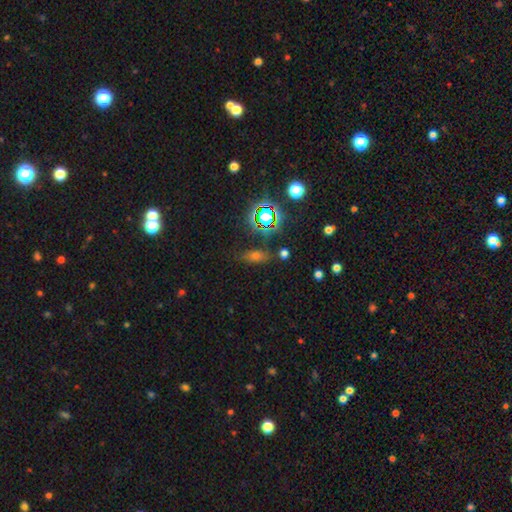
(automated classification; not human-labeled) The model was most divided on "smooth or featured": smooth: 44%, star or artifact: 39%, featured or disk: 16%. More confident: merging — none (78%).